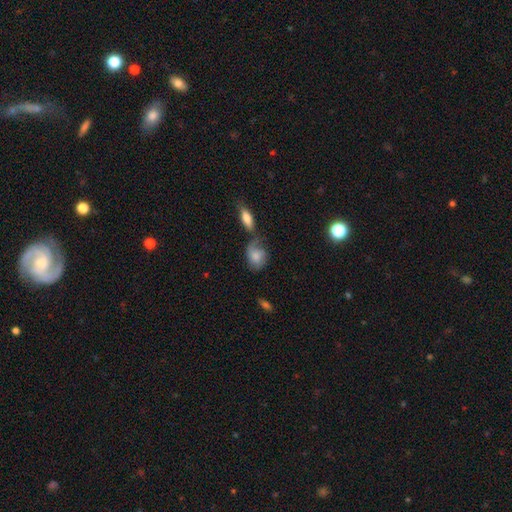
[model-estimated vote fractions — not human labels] Overall: smooth (67%). How rounded: in between (66%; round 32%). Merging: none (37%; minor disturbance 27%).